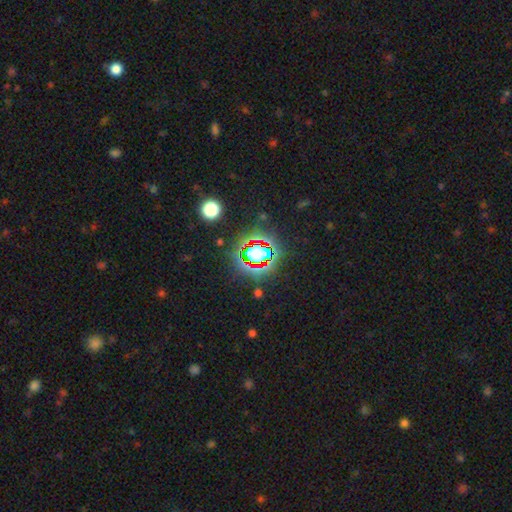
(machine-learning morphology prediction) Smooth or featured? star or artifact (71%)